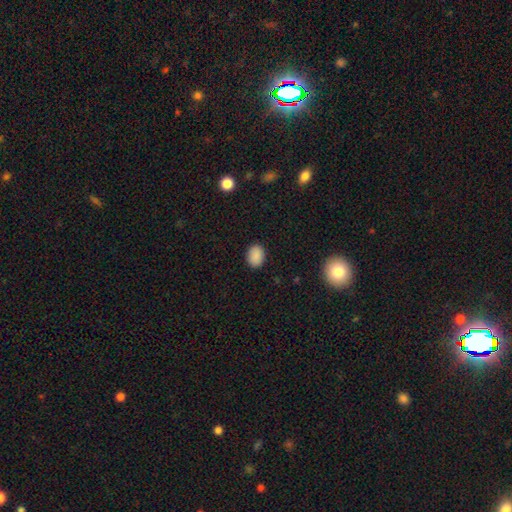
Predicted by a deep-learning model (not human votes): This is clearly a smooth galaxy (88%). How rounded: likely in between (69%). Merging: clearly none (89%).